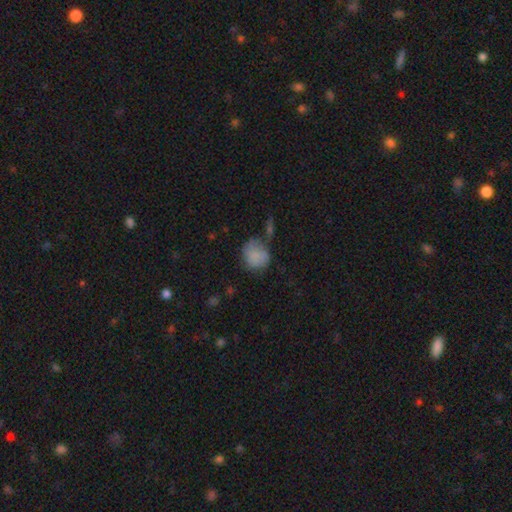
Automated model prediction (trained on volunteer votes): smooth-or-featured: smooth: 79% | featured or disk: 12% | star or artifact: 9%
  how-rounded: round: 73% | in between: 26% | cigar-shaped: 1%
  merging: none: 48% | minor disturbance: 27% | major disturbance: 12% | merger: 12%